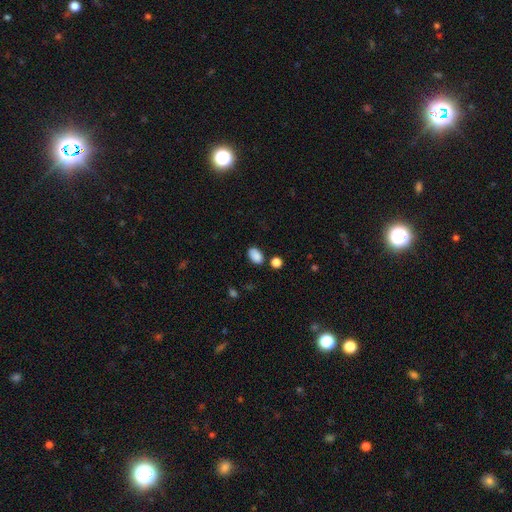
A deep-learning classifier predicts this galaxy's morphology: smooth_or_featured: smooth (p=0.87) [alt: star or artifact p=0.09]
how_rounded: in between (p=0.88) [alt: round p=0.10]
merging: none (p=0.79) [alt: minor disturbance p=0.12]